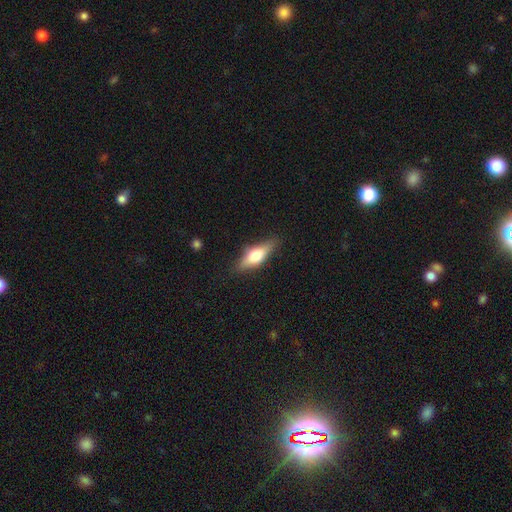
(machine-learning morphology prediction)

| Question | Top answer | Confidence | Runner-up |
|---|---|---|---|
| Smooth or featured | smooth | 53% | featured or disk (40%) |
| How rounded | in between | 54% | cigar-shaped (42%) |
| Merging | none | 82% | minor disturbance (14%) |